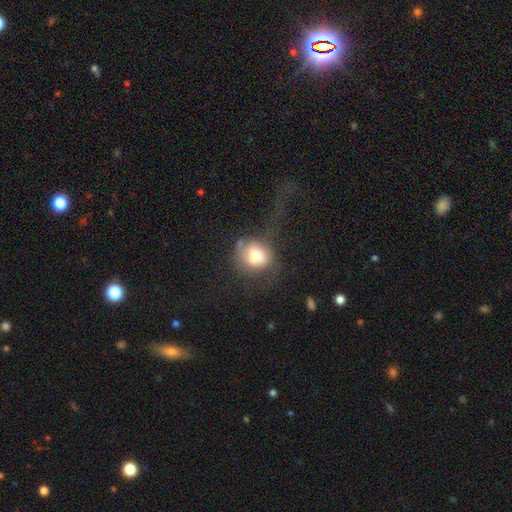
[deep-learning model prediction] This appears to be a smooth galaxy with no disk features (66%) that is round (66%). Merging: major disturbance (39%).